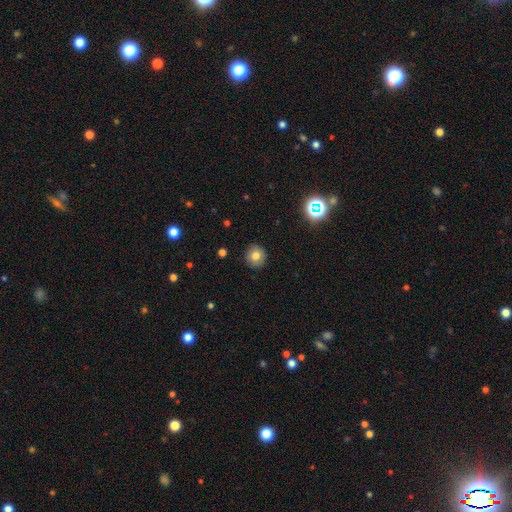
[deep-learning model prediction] smooth-or-featured: smooth: 77% | star or artifact: 12% | featured or disk: 11%
  how-rounded: round: 91% | in between: 8% | cigar-shaped: 1%
  merging: none: 90% | minor disturbance: 7% | major disturbance: 2% | merger: 1%